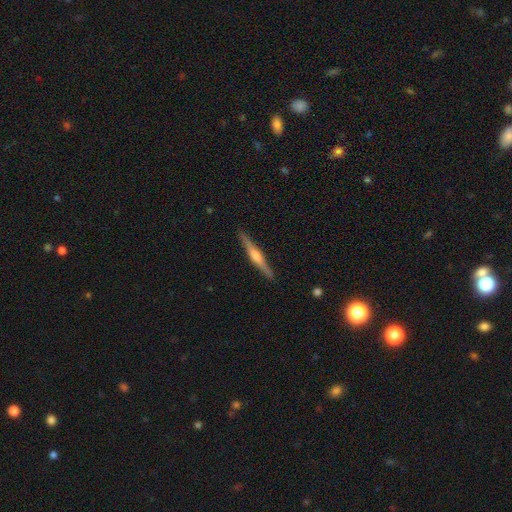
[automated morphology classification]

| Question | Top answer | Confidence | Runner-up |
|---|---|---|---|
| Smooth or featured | featured or disk | 70% | smooth (25%) |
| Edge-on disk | yes | 98% | no (2%) |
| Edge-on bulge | rounded | 76% | boxy (14%) |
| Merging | none | 91% | minor disturbance (7%) |